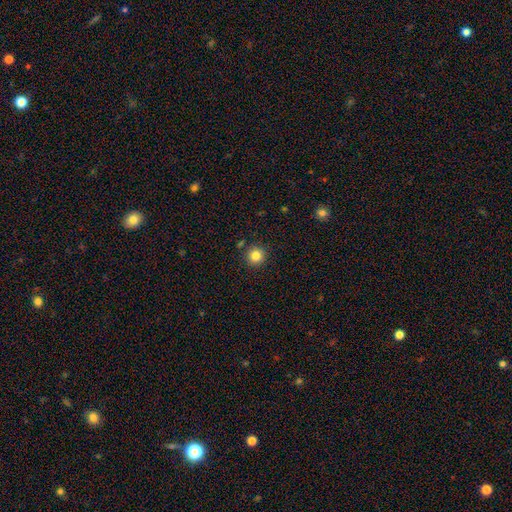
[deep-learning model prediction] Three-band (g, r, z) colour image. It shows a smooth galaxy with no disk features (83%) that is round (94%). Merging: none (89%).